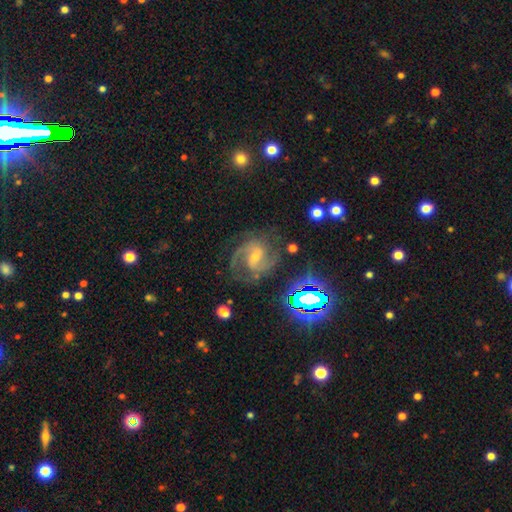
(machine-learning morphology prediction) Q: Smooth or featured?
A: featured or disk (82%); runner-up: star or artifact (12%)
Q: Edge-on disk?
A: no (98%); runner-up: yes (2%)
Q: Bar?
A: weak (52%); runner-up: strong (28%)
Q: Spiral arms?
A: yes (97%); runner-up: no (3%)
Q: Spiral winding?
A: medium (57%); runner-up: tight (29%)
Q: Spiral arm count?
A: 2 (72%); runner-up: 3 (10%)
Q: Bulge size?
A: small (56%); runner-up: moderate (36%)
Q: Merging?
A: none (73%); runner-up: minor disturbance (16%)